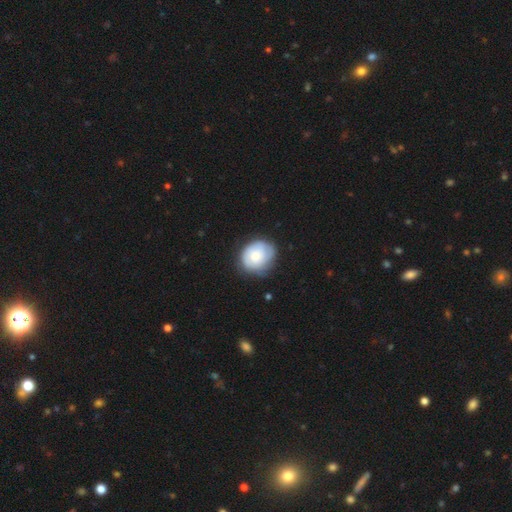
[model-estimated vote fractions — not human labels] smooth-or-featured: smooth: 62% | featured or disk: 31% | star or artifact: 6%
  how-rounded: round: 69% | in between: 30% | cigar-shaped: 1%
  merging: none: 68% | minor disturbance: 24% | major disturbance: 6% | merger: 1%